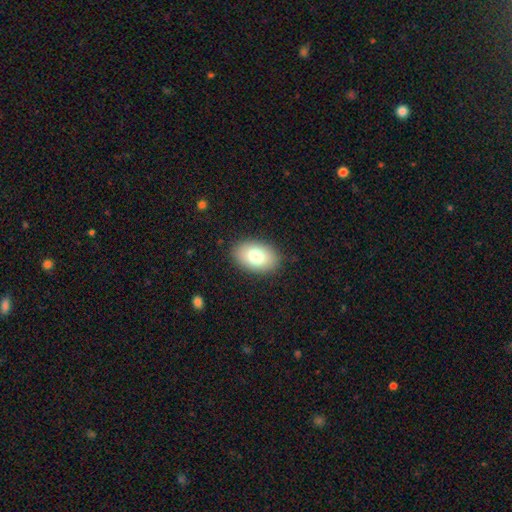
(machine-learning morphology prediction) smooth_or_featured: smooth (p=0.78) [alt: featured or disk p=0.14]
how_rounded: in between (p=0.86) [alt: round p=0.12]
merging: none (p=0.90) [alt: minor disturbance p=0.07]